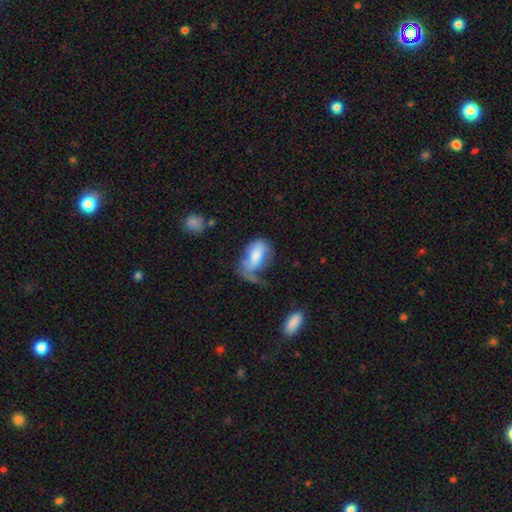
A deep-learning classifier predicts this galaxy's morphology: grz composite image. It shows a smooth galaxy with no disk features (64%) that is in between round and cigar-shaped (90%). Merging: major disturbance (41%).